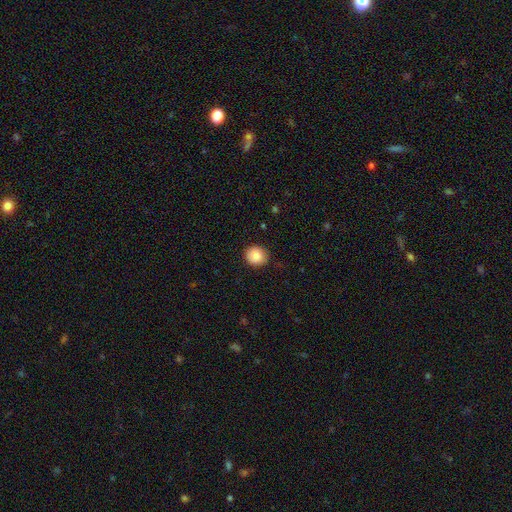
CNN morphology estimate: Smooth or featured: smooth — 87% (star or artifact — 8%)
How rounded: round — 85% (in between — 14%)
Merging: none — 85% (minor disturbance — 12%)